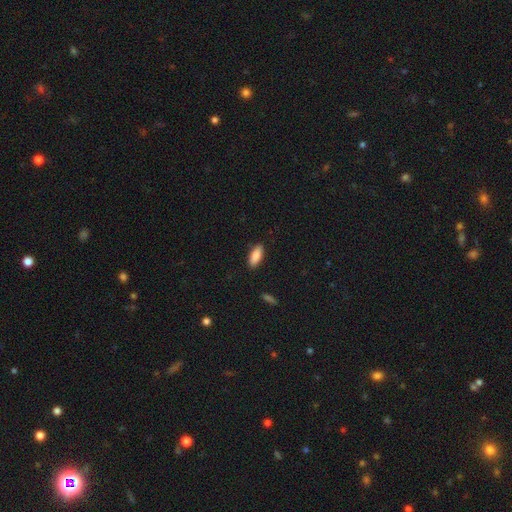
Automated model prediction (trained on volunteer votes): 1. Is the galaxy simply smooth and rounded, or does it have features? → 88% smooth, 6% star or artifact, 5% featured or disk.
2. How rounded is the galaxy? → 80% in between, 19% cigar-shaped, 2% round.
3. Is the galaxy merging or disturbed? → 88% none, 9% minor disturbance, 2% major disturbance, 1% merger.